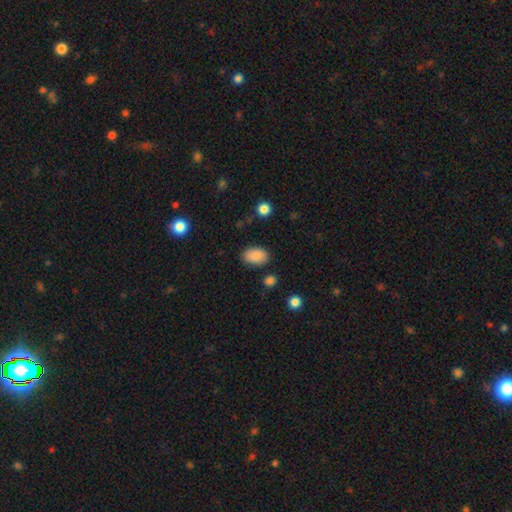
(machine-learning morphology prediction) Q: Smooth or featured?
A: smooth (87%); runner-up: star or artifact (7%)
Q: How rounded?
A: in between (88%); runner-up: round (11%)
Q: Merging?
A: none (83%); runner-up: minor disturbance (12%)